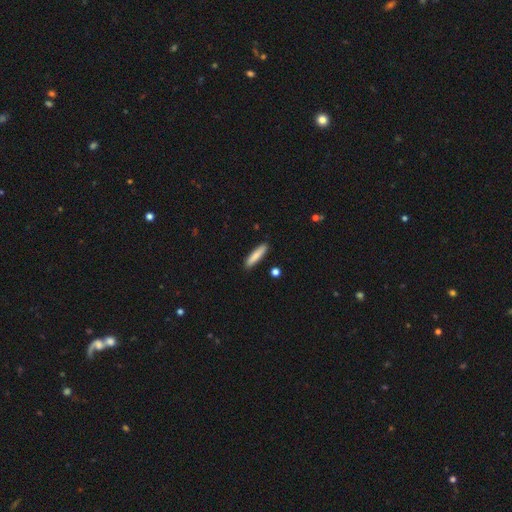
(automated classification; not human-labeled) A smooth galaxy with no disk features (84%) that is cigar-shaped (83%).

Vote fractions:
- Smooth or featured? smooth: 84% / featured or disk: 10% / star or artifact: 6%
- How rounded? cigar-shaped: 83% / in between: 15% / round: 1%
- Merging? none: 89% / minor disturbance: 8% / merger: 2% / major disturbance: 2%